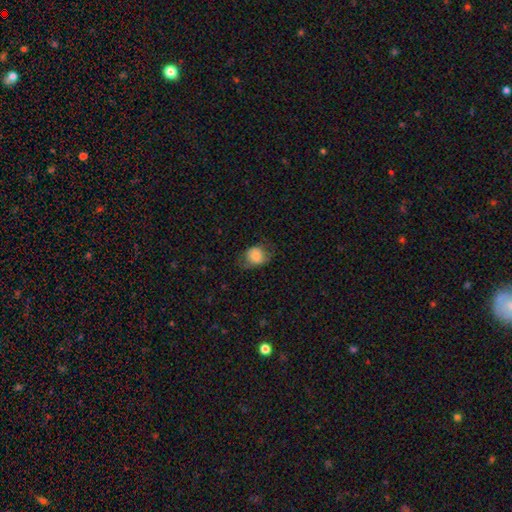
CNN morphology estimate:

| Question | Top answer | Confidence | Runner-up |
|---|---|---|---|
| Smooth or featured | smooth | 76% | featured or disk (16%) |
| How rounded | round | 52% | in between (47%) |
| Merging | none | 59% | minor disturbance (25%) |